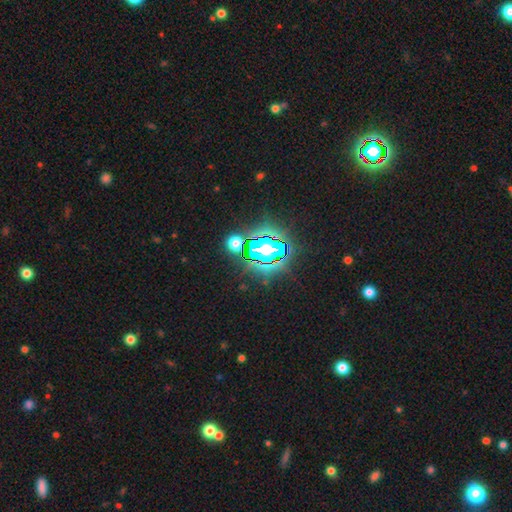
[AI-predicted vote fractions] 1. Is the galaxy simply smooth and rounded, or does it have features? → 83% star or artifact, 10% smooth, 7% featured or disk.